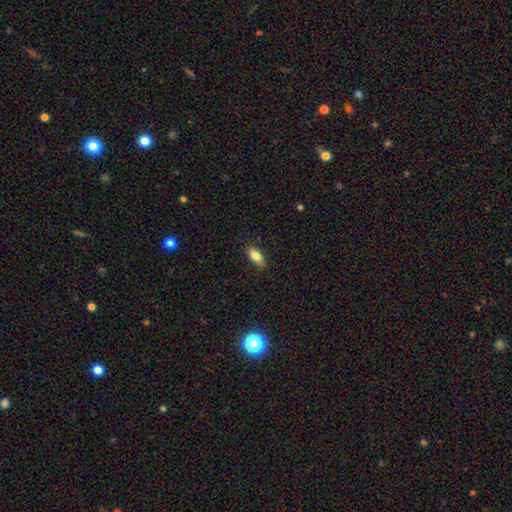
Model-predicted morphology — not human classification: Smooth or featured: smooth — 79% (featured or disk — 13%)
How rounded: in between — 81% (cigar-shaped — 16%)
Merging: none — 86% (minor disturbance — 11%)